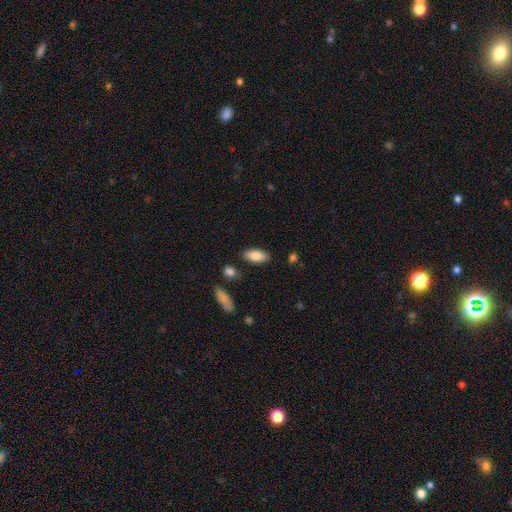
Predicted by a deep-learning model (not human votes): The model was most divided on "merging": none: 84%, minor disturbance: 10%, merger: 3%, major disturbance: 3%. More confident: how rounded — in between (90%); smooth or featured — smooth (86%).